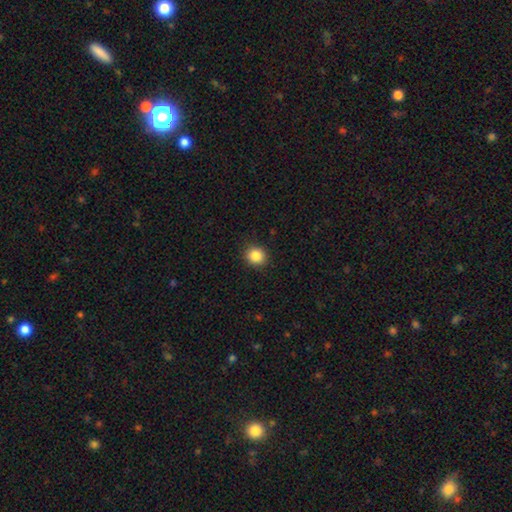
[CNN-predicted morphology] Smooth or featured: smooth — 86% (star or artifact — 10%)
How rounded: round — 87% (in between — 12%)
Merging: none — 91% (minor disturbance — 6%)